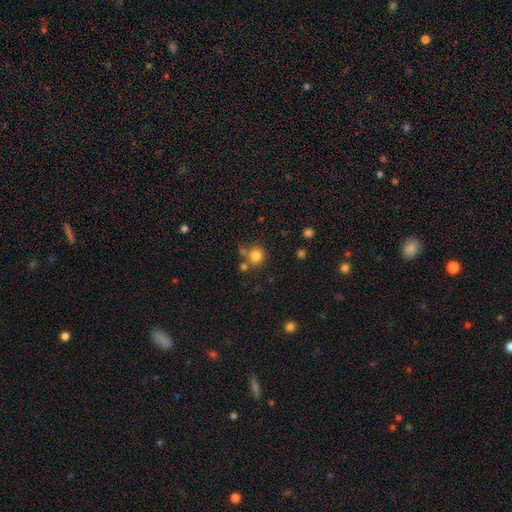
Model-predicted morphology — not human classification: Smooth or featured: smooth — 82% (star or artifact — 12%)
How rounded: round — 89% (in between — 10%)
Merging: none — 68% (merger — 17%)